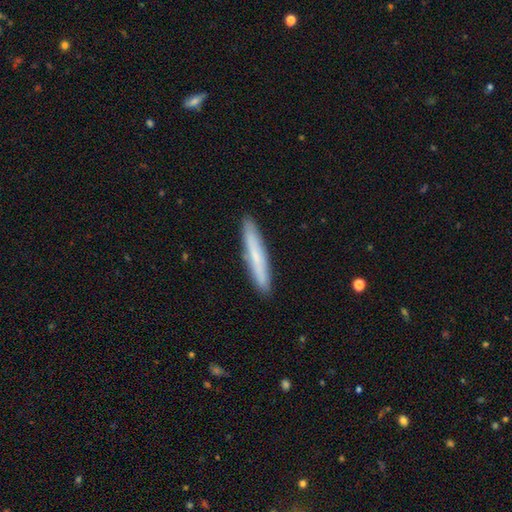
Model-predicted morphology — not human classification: Overall: smooth (65%; featured or disk 29%). How rounded: cigar-shaped (94%). Merging: none (91%).